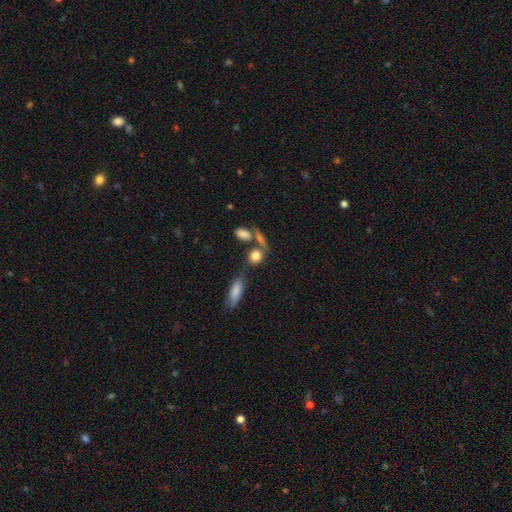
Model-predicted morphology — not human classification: A smooth galaxy with no disk features (77%) that is round (57%). Merging: none (54%).